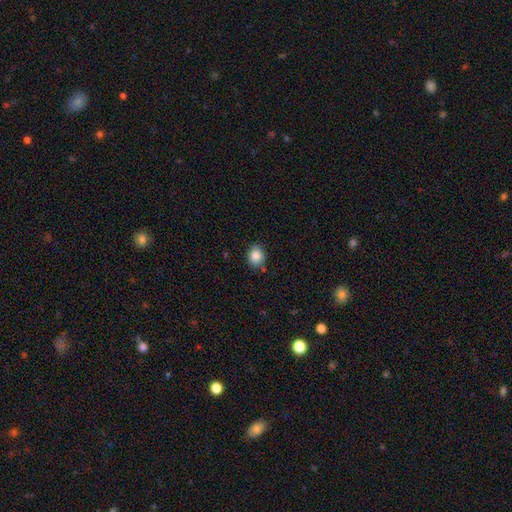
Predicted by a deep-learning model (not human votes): smooth 85%, star or artifact 9%, featured or disk 5%. Down the decision tree: how rounded — round (59%); merging — none (80%).